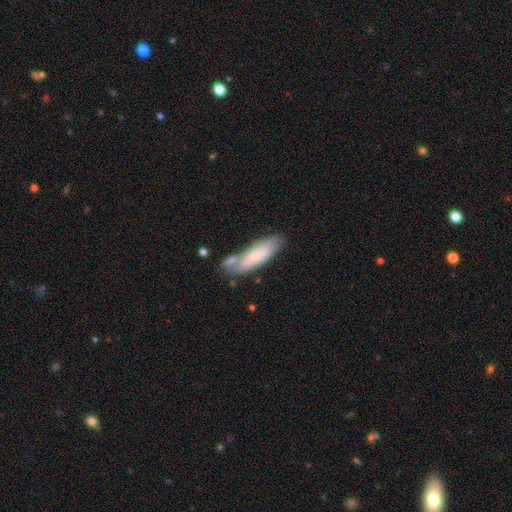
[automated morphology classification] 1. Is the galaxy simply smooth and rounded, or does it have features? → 64% smooth, 30% featured or disk, 6% star or artifact.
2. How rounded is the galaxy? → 51% cigar-shaped, 47% in between, 2% round.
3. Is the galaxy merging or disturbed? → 52% none, 21% minor disturbance, 21% merger, 6% major disturbance.